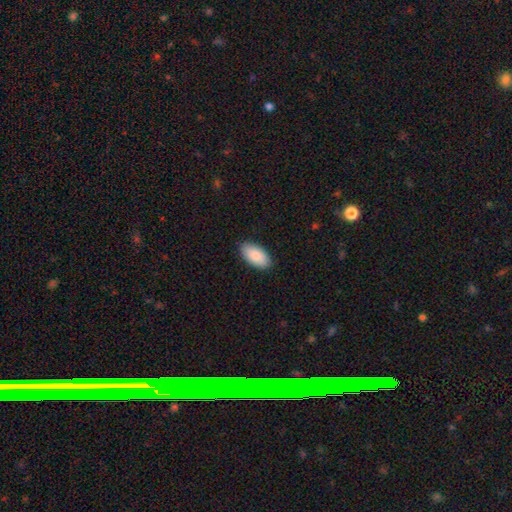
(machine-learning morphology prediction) Smooth or featured? smooth (89%)
How rounded? in between (96%)
Merging? none (88%)